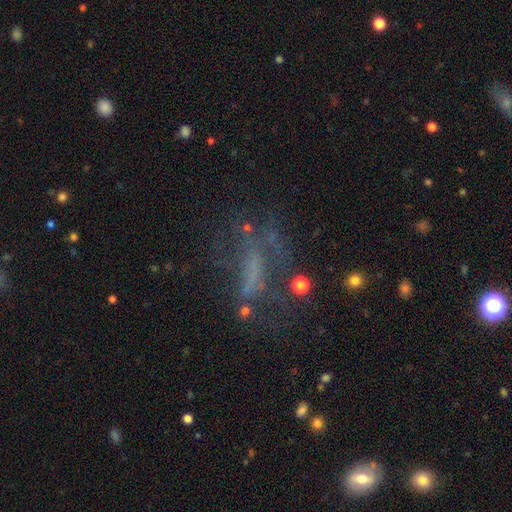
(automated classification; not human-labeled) smooth-or-featured: featured or disk: 42% | star or artifact: 30% | smooth: 28%
  merging: none: 45% | major disturbance: 30% | minor disturbance: 18% | merger: 6%